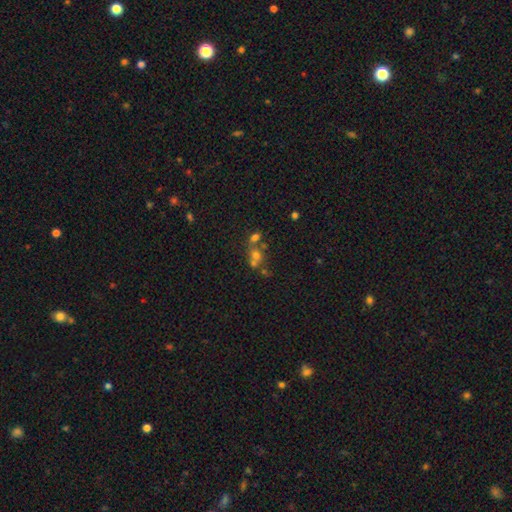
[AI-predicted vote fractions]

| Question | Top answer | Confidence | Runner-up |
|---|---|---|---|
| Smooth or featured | smooth | 51% | star or artifact (26%) |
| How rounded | round | 75% | in between (24%) |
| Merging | merger | 51% | none (37%) |